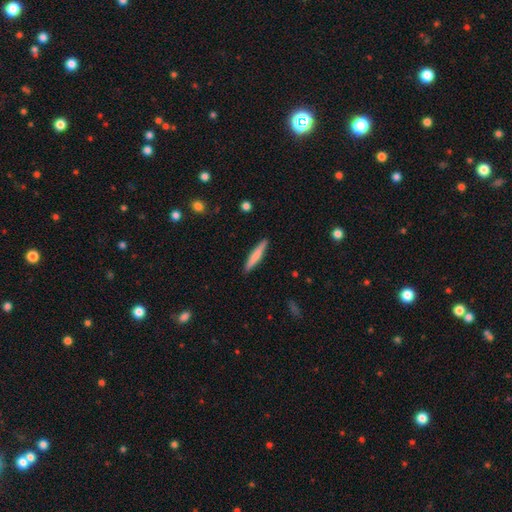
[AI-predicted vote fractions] This appears to be a smooth galaxy with no disk features (71%) that is cigar-shaped (93%). Merging: none (91%).